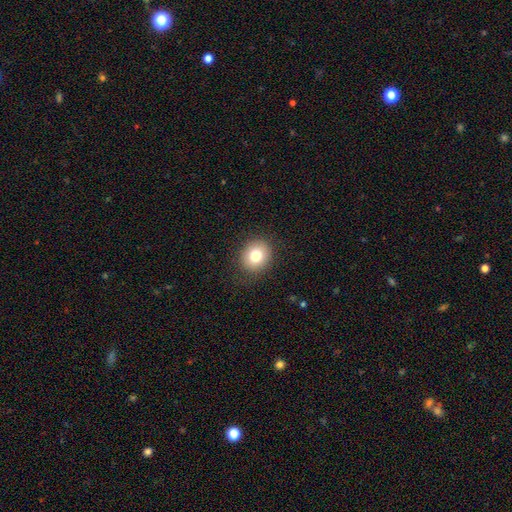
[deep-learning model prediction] Smooth or featured? Predicted: smooth (p=0.79). How rounded? Predicted: round (p=0.74). Merging? Predicted: none (p=0.86).